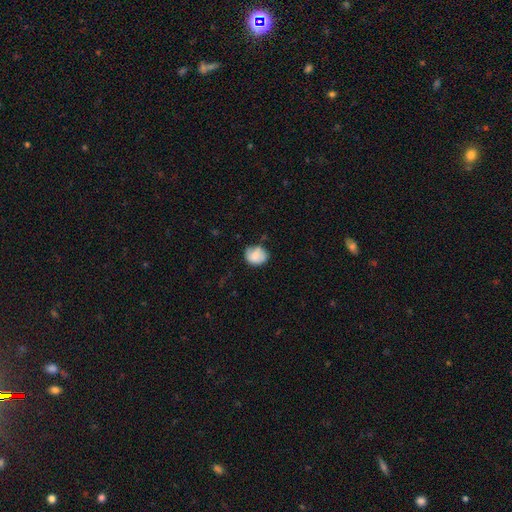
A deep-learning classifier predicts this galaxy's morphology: Smooth or featured?
  - smooth: 76% *
  - featured or disk: 16%
  - star or artifact: 8%
How rounded?
  - round: 60% *
  - in between: 39%
  - cigar-shaped: 1%
Merging?
  - none: 57% *
  - minor disturbance: 31%
  - major disturbance: 8%
  - merger: 4%